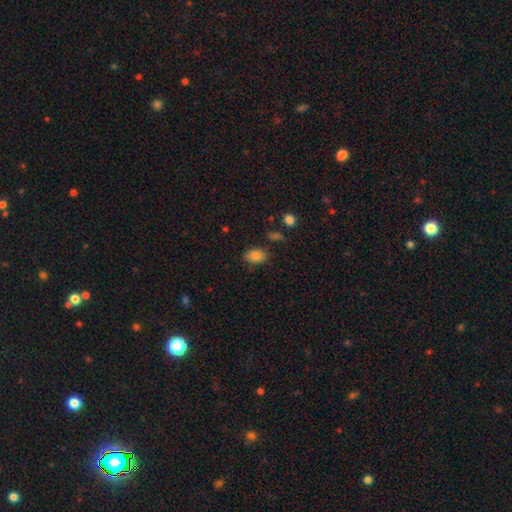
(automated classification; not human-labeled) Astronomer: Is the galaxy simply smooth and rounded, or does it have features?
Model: smooth — 83%.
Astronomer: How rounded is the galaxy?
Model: in between — 83%.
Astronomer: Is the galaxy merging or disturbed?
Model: none — 79%.